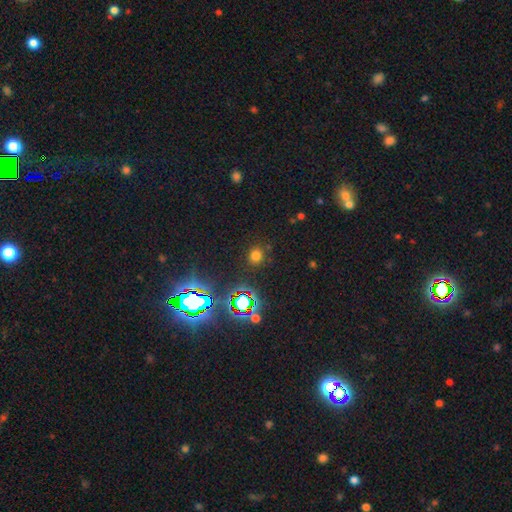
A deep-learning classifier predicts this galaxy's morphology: Smooth or featured?
  - smooth: 64% *
  - star or artifact: 30%
  - featured or disk: 6%
How rounded?
  - round: 85% *
  - in between: 14%
  - cigar-shaped: 1%
Merging?
  - none: 86% *
  - minor disturbance: 8%
  - major disturbance: 4%
  - merger: 2%